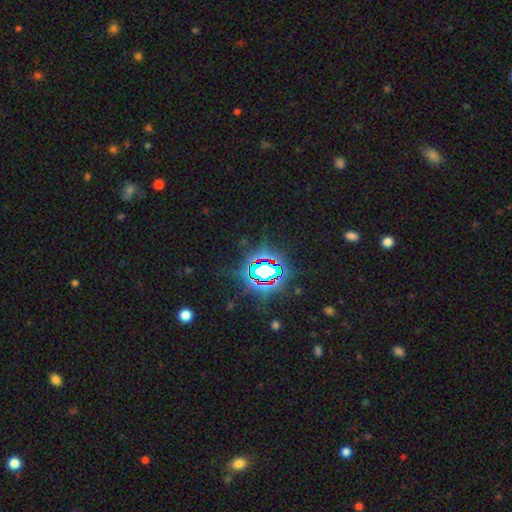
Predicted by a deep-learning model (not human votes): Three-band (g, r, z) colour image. It shows a star or artifact, not a galaxy (84%).